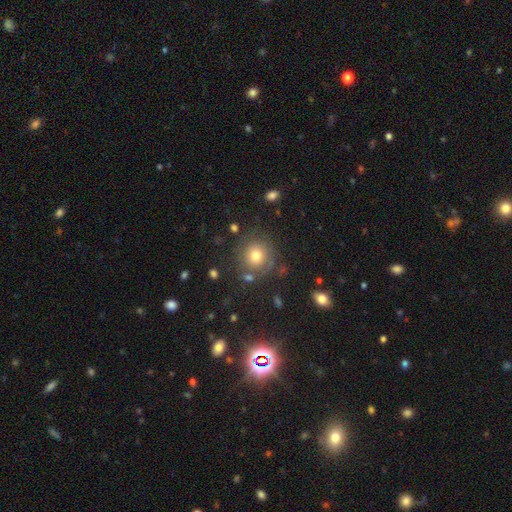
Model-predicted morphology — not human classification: Smooth or featured: smooth — 71% (featured or disk — 16%)
How rounded: round — 92% (in between — 7%)
Merging: none — 78% (minor disturbance — 12%)